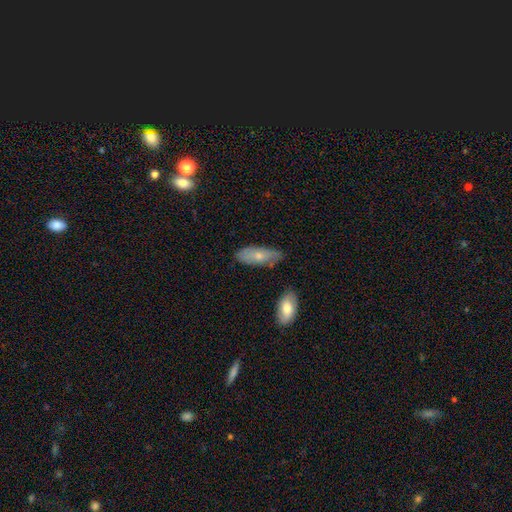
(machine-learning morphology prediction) Smooth or featured? smooth (68%)
How rounded? in between (77%)
Merging? none (68%)